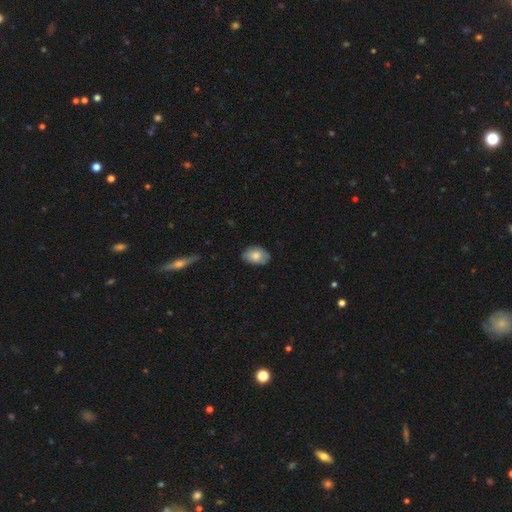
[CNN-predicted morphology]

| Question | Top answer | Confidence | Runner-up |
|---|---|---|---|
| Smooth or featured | smooth | 79% | featured or disk (14%) |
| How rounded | in between | 83% | round (16%) |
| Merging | none | 74% | minor disturbance (21%) |